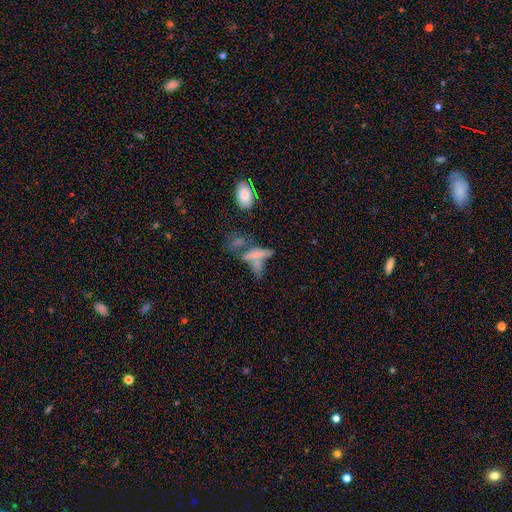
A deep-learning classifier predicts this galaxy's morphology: A smooth galaxy with no disk features (58%) that is in between round and cigar-shaped (48%).

Vote fractions:
- Smooth or featured? smooth: 58% / featured or disk: 29% / star or artifact: 13%
- How rounded? in between: 48% / cigar-shaped: 47% / round: 5%
- Merging? merger: 46% / none: 28% / major disturbance: 13% / minor disturbance: 13%